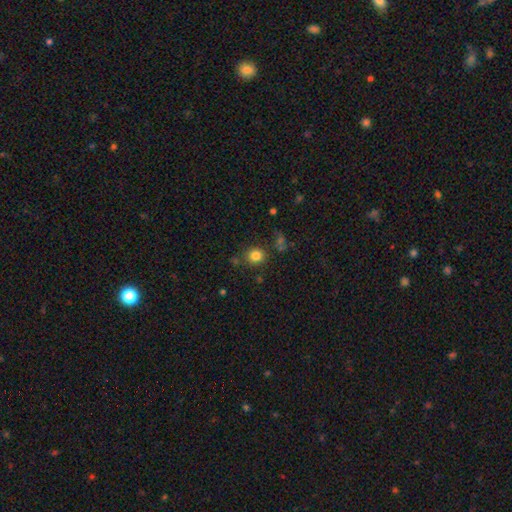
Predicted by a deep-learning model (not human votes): Smooth or featured? Predicted: smooth (p=0.82). How rounded? Predicted: round (p=0.82). Merging? Predicted: none (p=0.81).